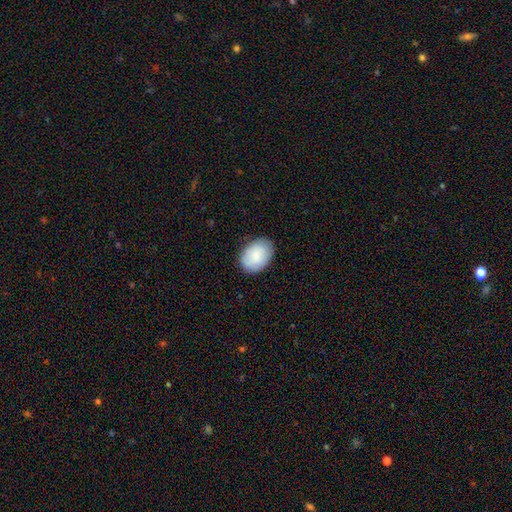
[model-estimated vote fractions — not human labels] Smooth or featured?
  - smooth: 87% *
  - featured or disk: 7%
  - star or artifact: 6%
How rounded?
  - in between: 81% *
  - round: 18%
  - cigar-shaped: 1%
Merging?
  - none: 83% *
  - minor disturbance: 14%
  - major disturbance: 3%
  - merger: 1%